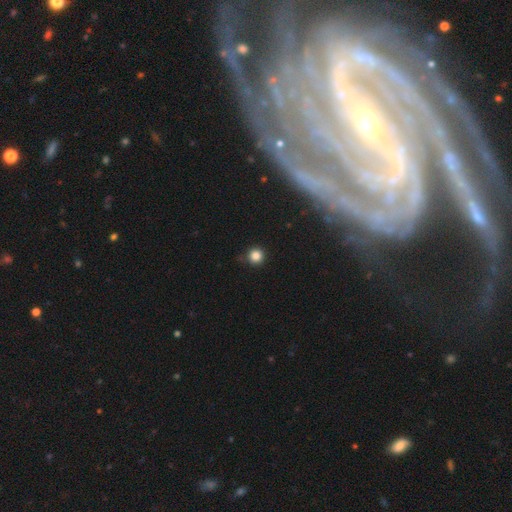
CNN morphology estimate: smooth-or-featured: smooth: 84% | star or artifact: 12% | featured or disk: 4%
  how-rounded: round: 95% | in between: 4% | cigar-shaped: 1%
  merging: none: 84% | minor disturbance: 11% | major disturbance: 3% | merger: 2%